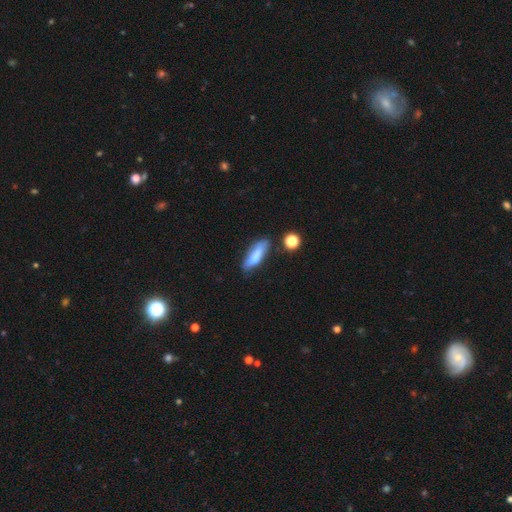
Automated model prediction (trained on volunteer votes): Q: Smooth or featured?
A: smooth (75%); runner-up: featured or disk (17%)
Q: How rounded?
A: cigar-shaped (53%); runner-up: in between (45%)
Q: Merging?
A: none (67%); runner-up: minor disturbance (22%)